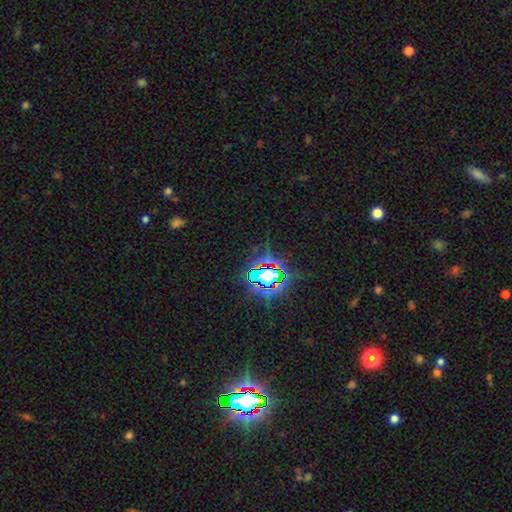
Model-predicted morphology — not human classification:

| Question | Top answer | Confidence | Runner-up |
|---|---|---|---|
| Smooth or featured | star or artifact | 82% | smooth (11%) |